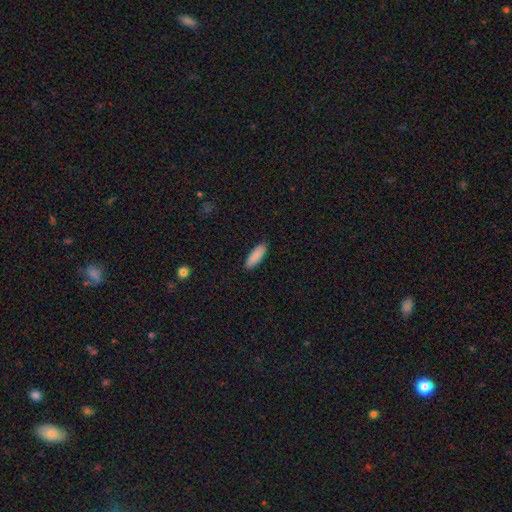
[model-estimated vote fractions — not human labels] A smooth galaxy with no disk features (90%) that is in between round and cigar-shaped (52%).

Vote fractions:
- Smooth or featured? smooth: 90% / star or artifact: 6% / featured or disk: 5%
- How rounded? in between: 52% / cigar-shaped: 46% / round: 2%
- Merging? none: 90% / minor disturbance: 7% / major disturbance: 2% / merger: 1%